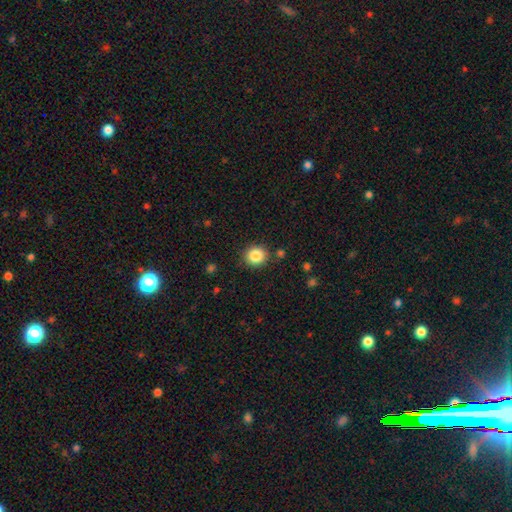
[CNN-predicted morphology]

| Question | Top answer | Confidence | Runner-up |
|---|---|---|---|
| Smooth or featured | smooth | 85% | star or artifact (10%) |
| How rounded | round | 87% | in between (12%) |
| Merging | none | 86% | minor disturbance (9%) |